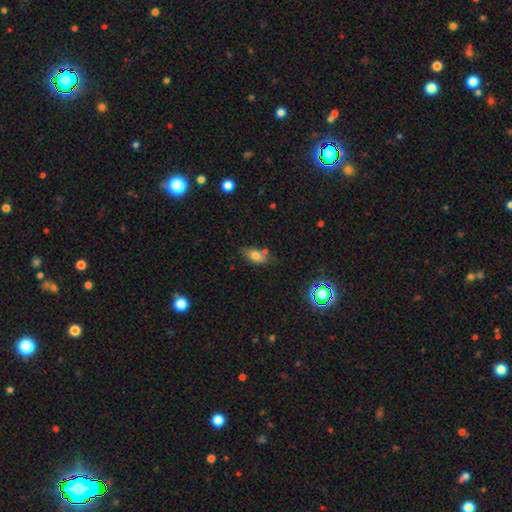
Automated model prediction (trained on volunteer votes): This appears to be a smooth galaxy with no disk features (74%) that is in between round and cigar-shaped (86%). Merging: none (67%).